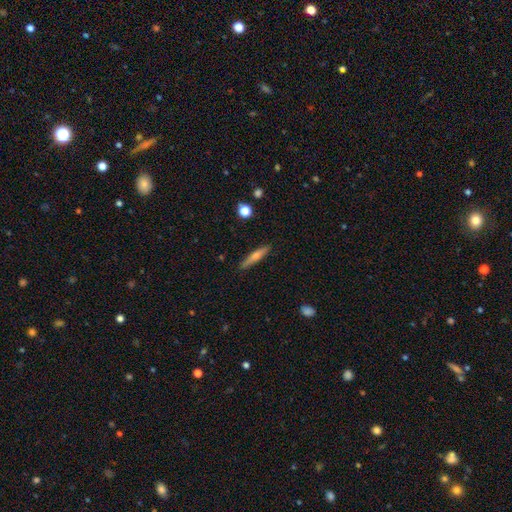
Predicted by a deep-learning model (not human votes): The model was most divided on "smooth or featured": featured or disk: 49%, smooth: 44%, star or artifact: 7%. More confident: merging — none (89%).